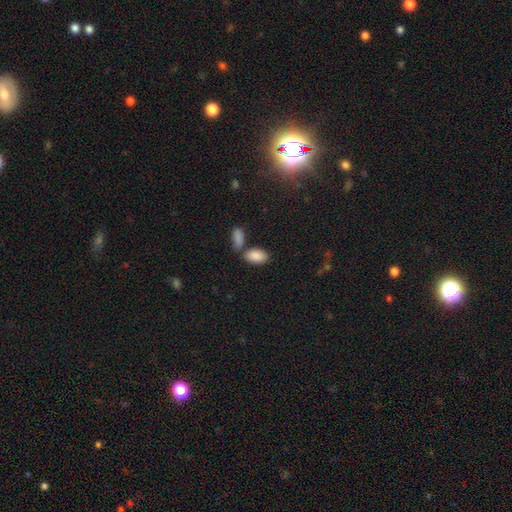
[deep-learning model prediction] A smooth galaxy with no disk features (88%) that is in between round and cigar-shaped (93%).

Vote fractions:
- Smooth or featured? smooth: 88% / star or artifact: 7% / featured or disk: 5%
- How rounded? in between: 93% / round: 4% / cigar-shaped: 2%
- Merging? none: 60% / merger: 25% / minor disturbance: 12% / major disturbance: 4%